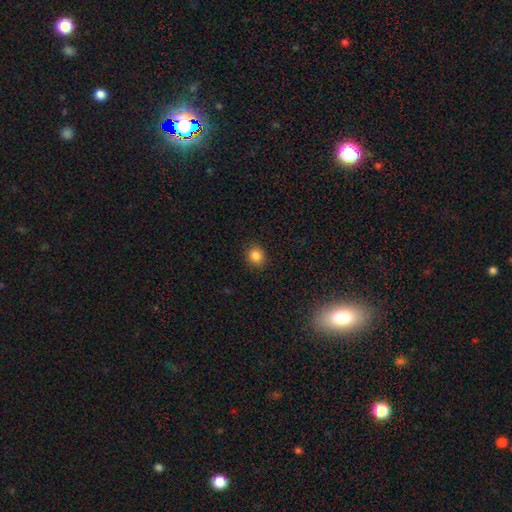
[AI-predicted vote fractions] The model was most divided on "how rounded": round: 79%, in between: 20%, cigar-shaped: 1%. More confident: merging — none (89%); smooth or featured — smooth (85%).